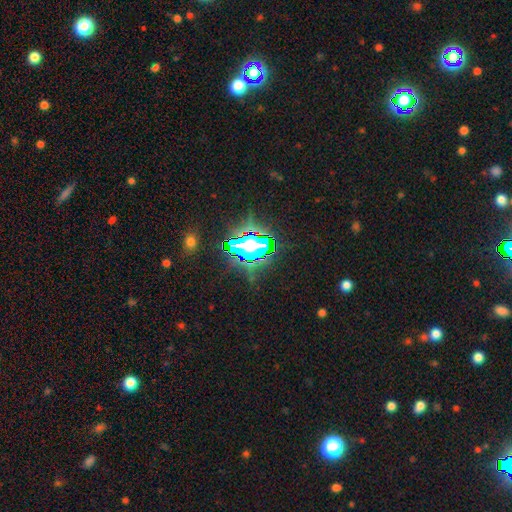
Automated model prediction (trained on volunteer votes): smooth-or-featured: star or artifact: 81% | smooth: 11% | featured or disk: 8%